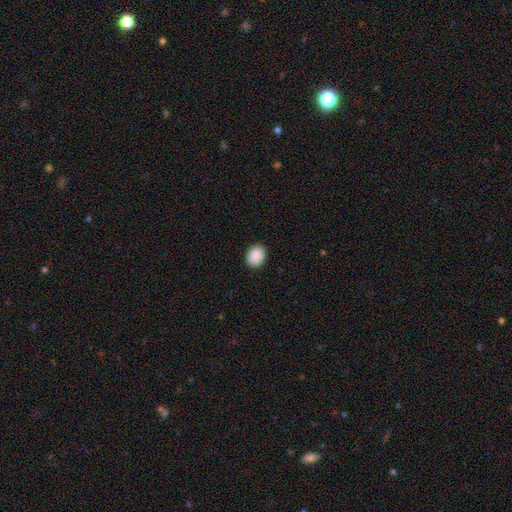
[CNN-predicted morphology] Smooth or featured: smooth — 90% (star or artifact — 7%)
How rounded: in between — 56% (round — 43%)
Merging: none — 90% (minor disturbance — 7%)